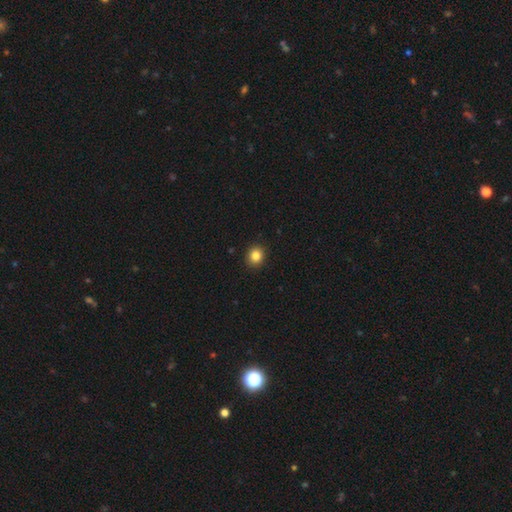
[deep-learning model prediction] This appears to be a smooth galaxy with no disk features (85%) that is round (79%). Merging: none (91%).